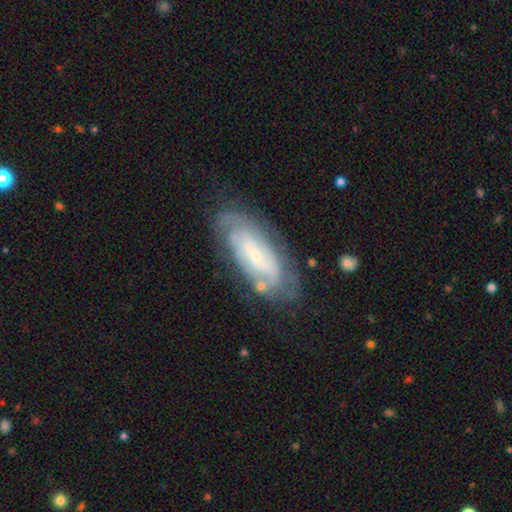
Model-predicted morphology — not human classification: smooth-or-featured: featured or disk: 72% | smooth: 21% | star or artifact: 7%
  disk-edge-on: no: 89% | yes: 11%
    bar: no: 46% | weak: 38% | strong: 16%
    has-spiral-arms: yes: 84% | no: 16%
      spiral-winding: tight: 62% | medium: 29% | loose: 9%
      spiral-arm-count: can't tell: 51% | 2: 29% | 3: 9% | 4: 5% | 1: 4% | more than 4: 3%
    bulge-size: small: 72% | moderate: 17% | none: 7% | large: 2% | dominant: 1%
  merging: none: 69% | minor disturbance: 20% | major disturbance: 8% | merger: 3%